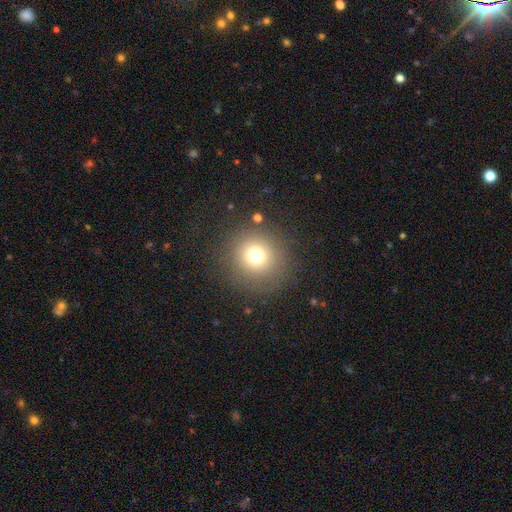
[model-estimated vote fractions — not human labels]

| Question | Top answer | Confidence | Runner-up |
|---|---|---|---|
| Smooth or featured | smooth | 73% | star or artifact (17%) |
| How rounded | round | 94% | in between (5%) |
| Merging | none | 86% | minor disturbance (7%) |